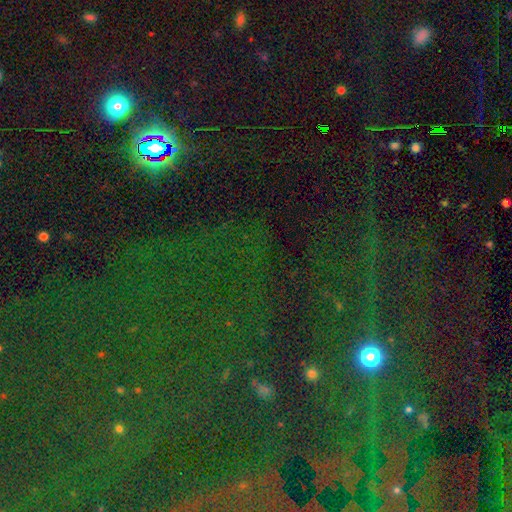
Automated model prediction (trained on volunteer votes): smooth-or-featured: star or artifact: 80% | smooth: 11% | featured or disk: 9%